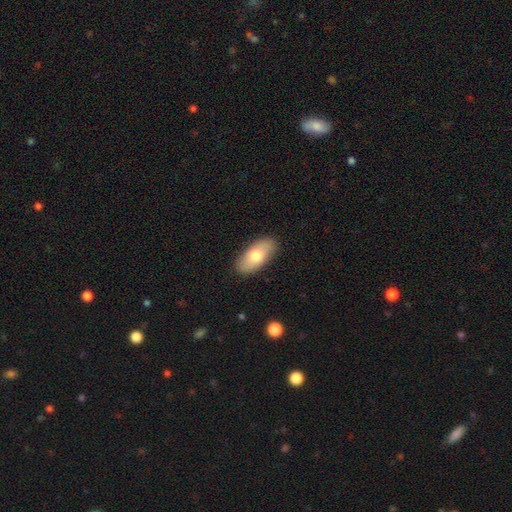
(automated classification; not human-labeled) A smooth galaxy with no disk features (72%) that is in between round and cigar-shaped (91%).

Vote fractions:
- Smooth or featured? smooth: 72% / featured or disk: 22% / star or artifact: 6%
- How rounded? in between: 91% / cigar-shaped: 6% / round: 3%
- Merging? none: 88% / minor disturbance: 9% / major disturbance: 2% / merger: 1%